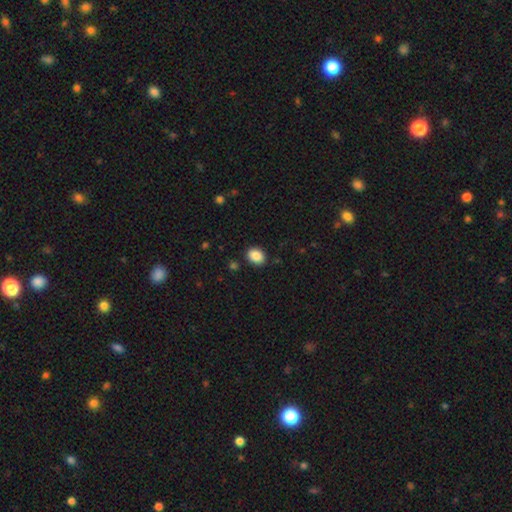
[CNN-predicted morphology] The model was most divided on "how rounded": in between: 64%, round: 35%, cigar-shaped: 1%. More confident: smooth or featured — smooth (89%); merging — none (88%).